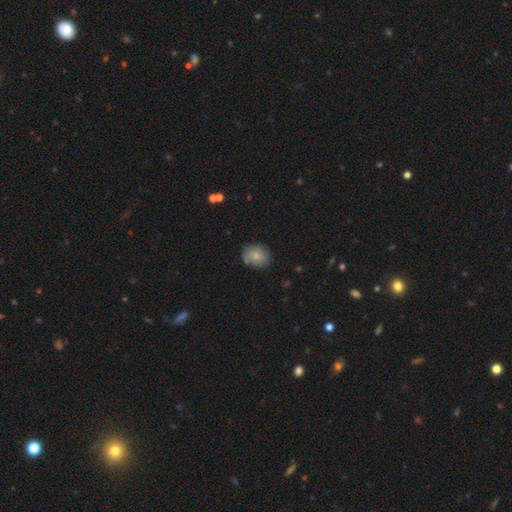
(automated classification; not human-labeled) Smooth or featured? Predicted: smooth (p=0.70). How rounded? Predicted: in between (p=0.54). Merging? Predicted: none (p=0.76).